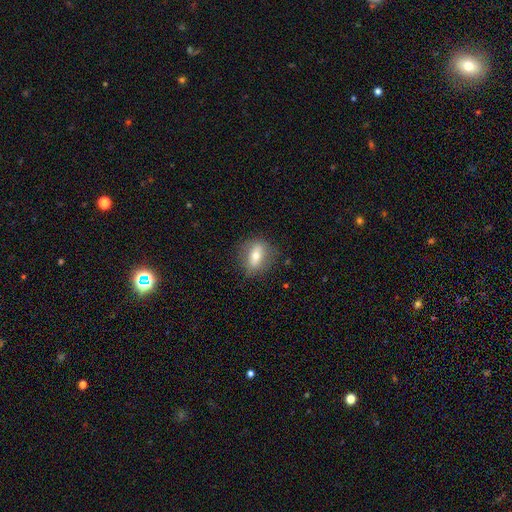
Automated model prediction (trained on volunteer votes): Q: Smooth or featured?
A: smooth (56%); runner-up: featured or disk (35%)
Q: How rounded?
A: in between (61%); runner-up: round (27%)
Q: Merging?
A: none (79%); runner-up: minor disturbance (15%)